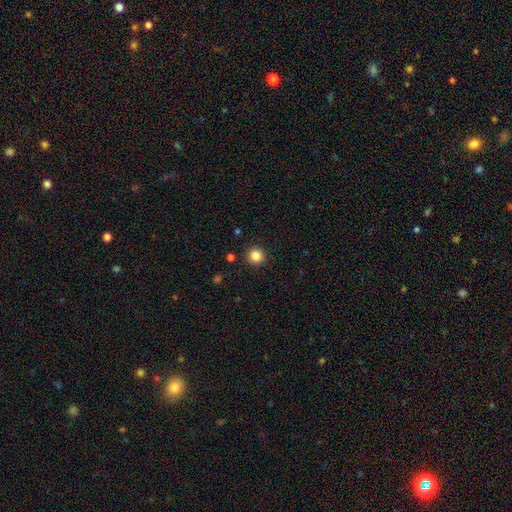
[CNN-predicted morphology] smooth-or-featured: smooth: 85% | star or artifact: 11% | featured or disk: 4%
  how-rounded: round: 95% | in between: 4% | cigar-shaped: 1%
  merging: none: 91% | minor disturbance: 5% | major disturbance: 2% | merger: 2%